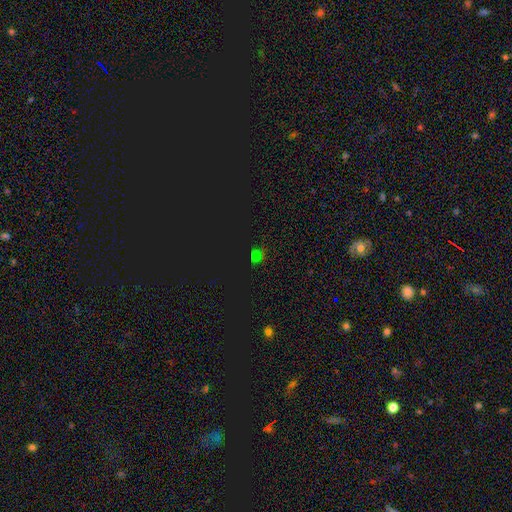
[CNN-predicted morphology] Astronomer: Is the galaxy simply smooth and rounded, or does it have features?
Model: star or artifact — 63%.